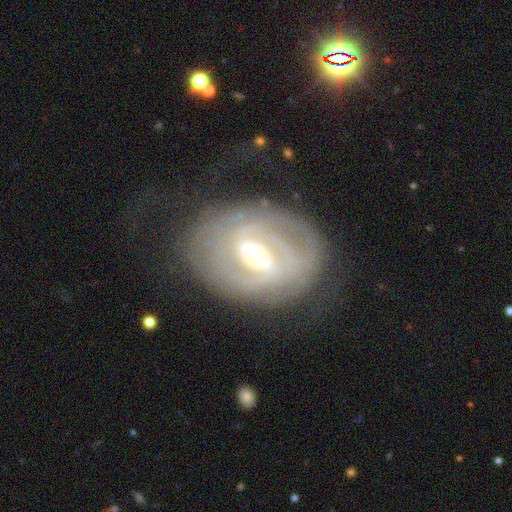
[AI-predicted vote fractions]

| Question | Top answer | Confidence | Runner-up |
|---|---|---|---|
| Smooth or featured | featured or disk | 85% | smooth (10%) |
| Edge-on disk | no | 96% | yes (4%) |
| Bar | weak | 48% | strong (39%) |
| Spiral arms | yes | 88% | no (12%) |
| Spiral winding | tight | 70% | medium (22%) |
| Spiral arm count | can't tell | 40% | 2 (36%) |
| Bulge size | moderate | 49% | small (47%) |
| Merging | none | 68% | minor disturbance (19%) |